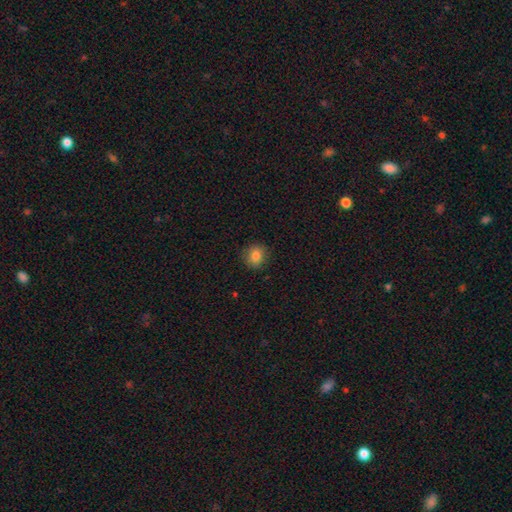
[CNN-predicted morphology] A smooth galaxy with no disk features (83%) that is round (78%). Merging: none (87%).